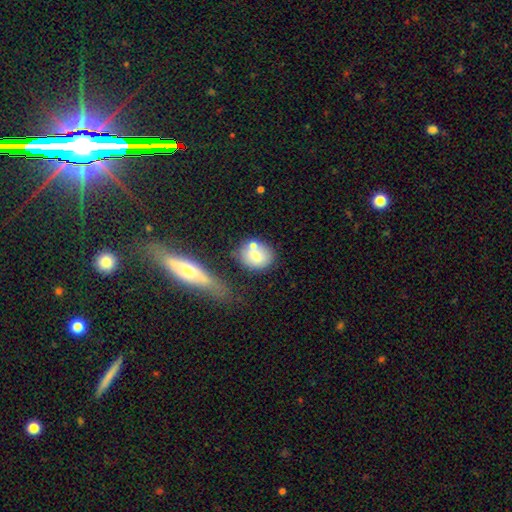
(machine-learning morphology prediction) Smooth or featured: smooth — 72% (featured or disk — 19%)
How rounded: round — 67% (in between — 31%)
Merging: none — 52% (merger — 28%)